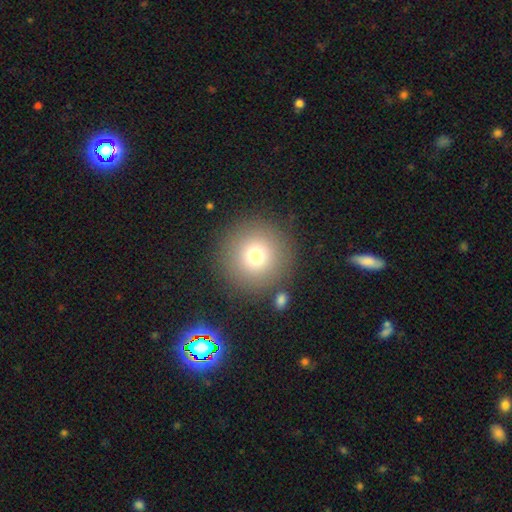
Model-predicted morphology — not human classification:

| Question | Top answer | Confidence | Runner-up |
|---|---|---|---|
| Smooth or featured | smooth | 75% | star or artifact (14%) |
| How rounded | round | 96% | in between (3%) |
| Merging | none | 86% | minor disturbance (7%) |